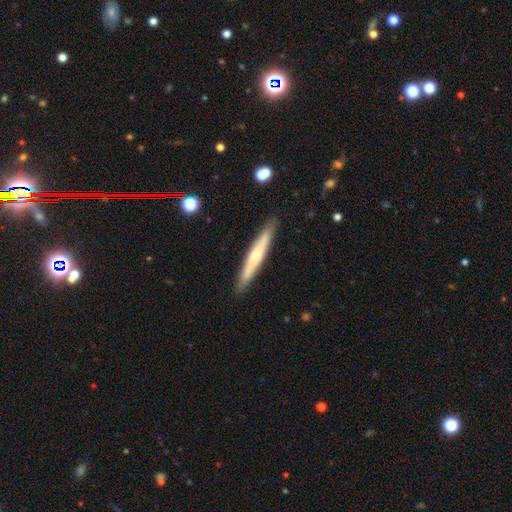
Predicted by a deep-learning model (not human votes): smooth_or_featured: smooth (p=0.51) [alt: featured or disk p=0.44]
how_rounded: cigar-shaped (p=0.95) [alt: in between p=0.04]
merging: none (p=0.90) [alt: minor disturbance p=0.08]